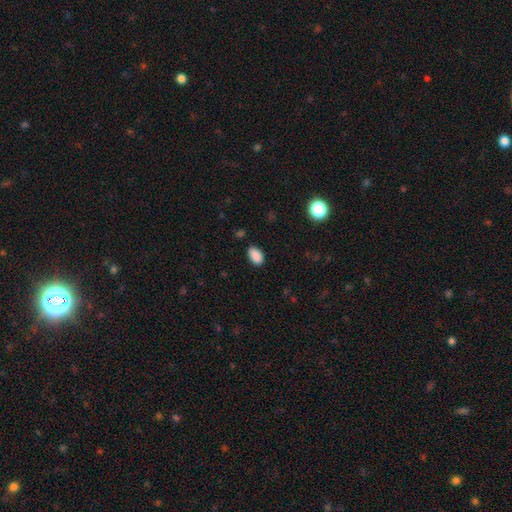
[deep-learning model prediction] A smooth galaxy with no disk features (89%) that is in between round and cigar-shaped (91%). Merging: none (84%).